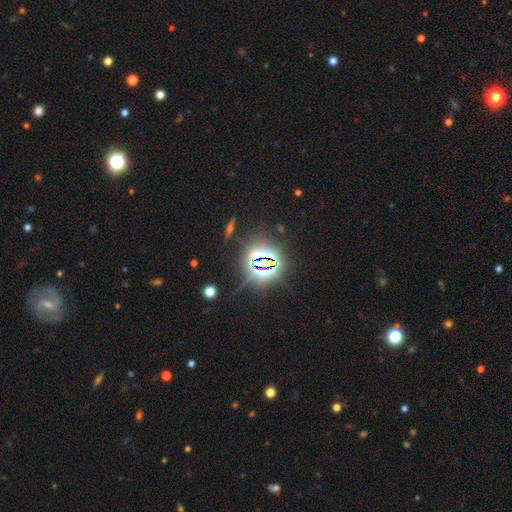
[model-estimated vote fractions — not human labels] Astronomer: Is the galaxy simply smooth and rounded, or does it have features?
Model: star or artifact — 78%.